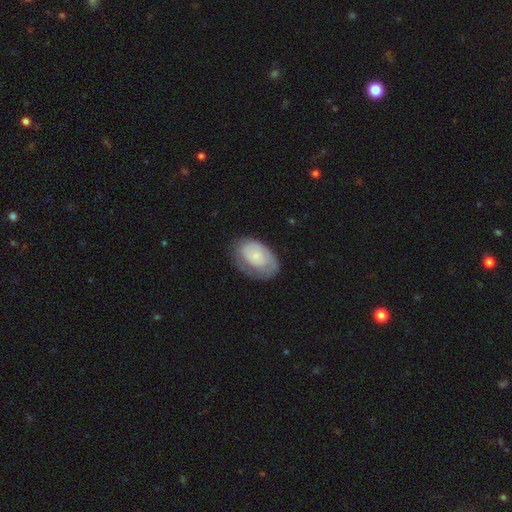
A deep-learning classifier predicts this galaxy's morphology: A smooth galaxy with no disk features (58%) that is in between round and cigar-shaped (88%). Merging: none (57%).